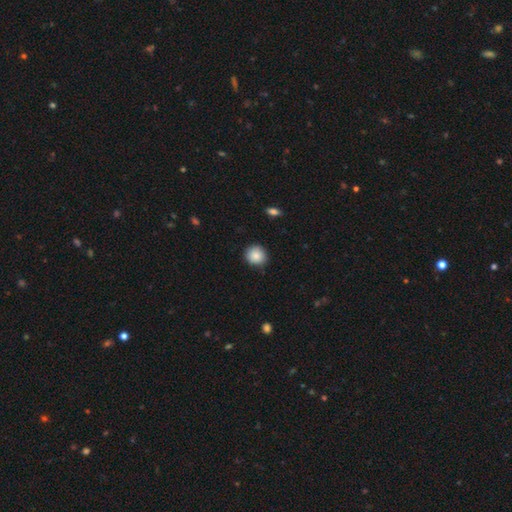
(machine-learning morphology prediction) Smooth or featured: smooth — 87% (star or artifact — 8%)
How rounded: round — 89% (in between — 10%)
Merging: none — 88% (minor disturbance — 9%)